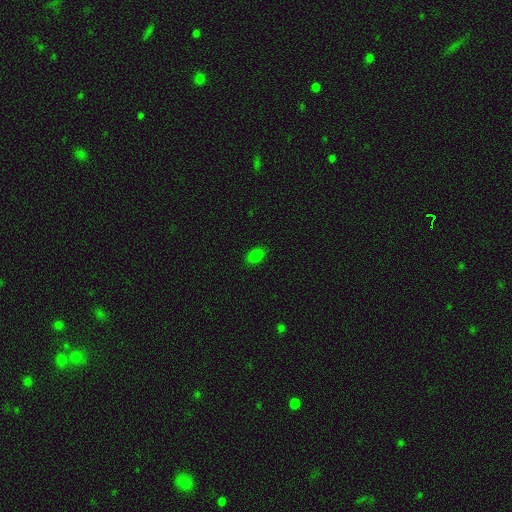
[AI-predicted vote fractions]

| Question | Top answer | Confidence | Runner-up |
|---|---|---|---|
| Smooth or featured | smooth | 79% | star or artifact (15%) |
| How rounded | in between | 79% | round (19%) |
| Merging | none | 86% | minor disturbance (11%) |